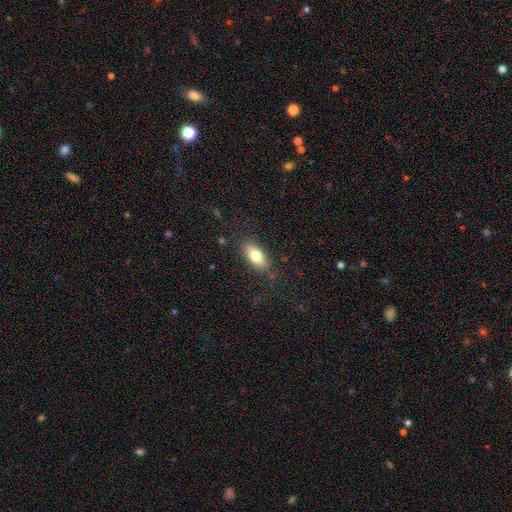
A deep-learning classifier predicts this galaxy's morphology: Smooth or featured? smooth (76%)
How rounded? in between (84%)
Merging? none (82%)